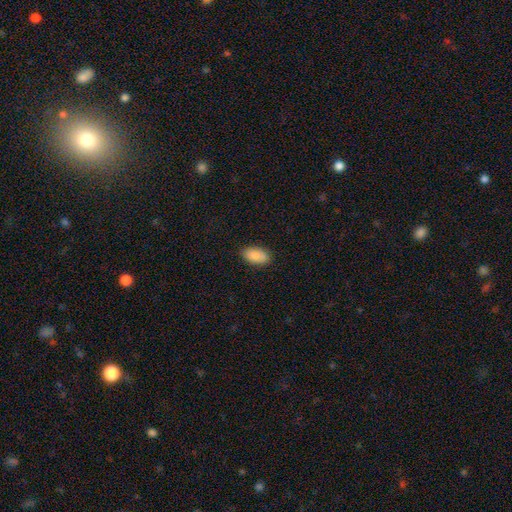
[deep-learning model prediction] This appears to be a smooth galaxy with no disk features (88%) that is in between round and cigar-shaped (93%). Merging: none (85%).